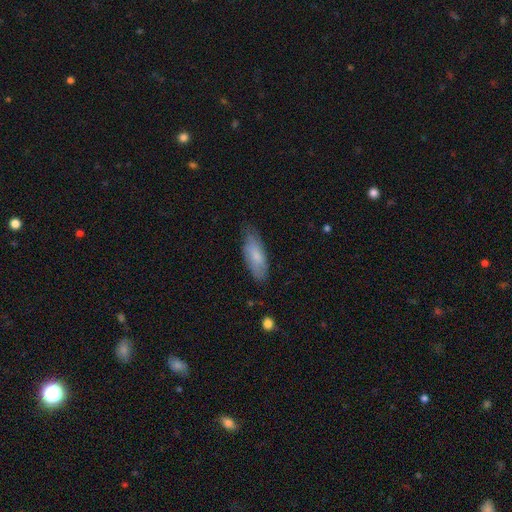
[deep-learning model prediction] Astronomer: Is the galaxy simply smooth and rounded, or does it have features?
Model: smooth — 74%.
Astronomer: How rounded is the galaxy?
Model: in between — 69%.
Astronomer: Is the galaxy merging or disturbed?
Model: none — 72%.